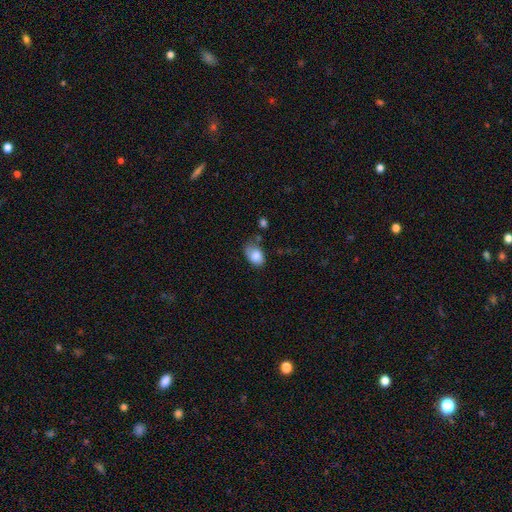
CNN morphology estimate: smooth-or-featured: smooth: 80% | featured or disk: 12% | star or artifact: 8%
  how-rounded: in between: 84% | round: 15% | cigar-shaped: 1%
  merging: none: 45% | minor disturbance: 35% | major disturbance: 13% | merger: 7%